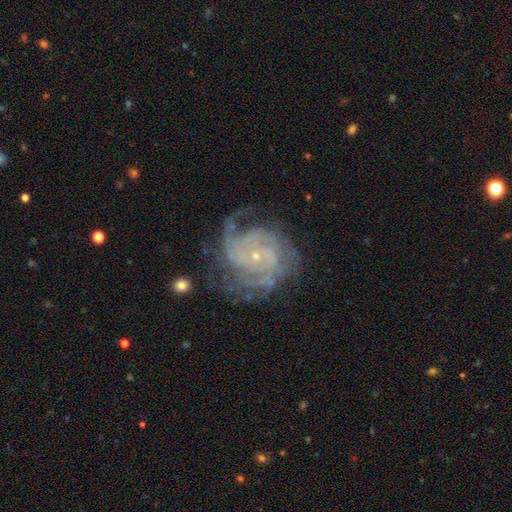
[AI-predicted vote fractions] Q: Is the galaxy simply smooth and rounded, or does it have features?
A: featured or disk — 88%.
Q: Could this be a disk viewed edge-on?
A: no — 98%.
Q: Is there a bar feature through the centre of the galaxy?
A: no — 73%.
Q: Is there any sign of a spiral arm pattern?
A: yes — 97%.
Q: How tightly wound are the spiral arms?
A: tight — 61%.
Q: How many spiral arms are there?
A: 3 — 23%, tied with can't tell.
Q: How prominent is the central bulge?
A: small — 85%.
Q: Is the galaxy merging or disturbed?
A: none — 67%.